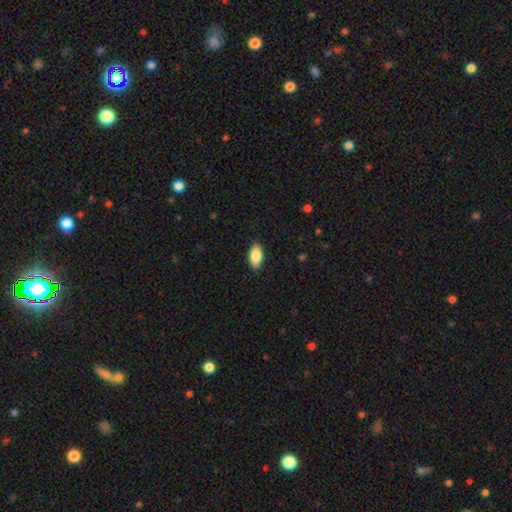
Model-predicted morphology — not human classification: Smooth or featured? smooth (86%)
How rounded? in between (92%)
Merging? none (89%)